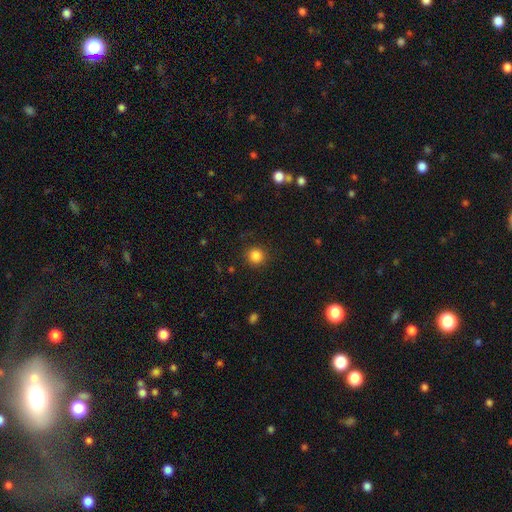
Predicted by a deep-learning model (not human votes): The model was most divided on "smooth or featured": smooth: 85%, star or artifact: 12%, featured or disk: 4%. More confident: how rounded — round (93%); merging — none (89%).